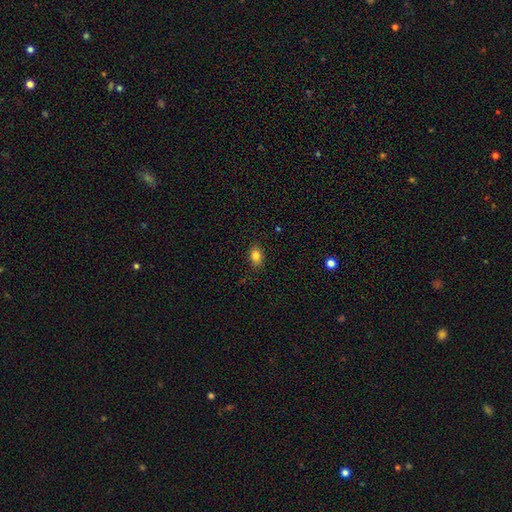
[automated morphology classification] type=smooth (84%); roundness=in between (78%); merging=none (86%).